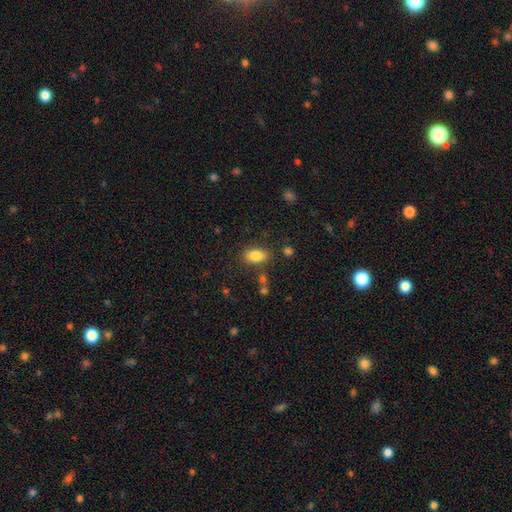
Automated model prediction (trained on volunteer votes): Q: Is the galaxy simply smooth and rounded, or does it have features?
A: smooth — 84%.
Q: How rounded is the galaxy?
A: in between — 90%.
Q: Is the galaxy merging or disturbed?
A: none — 79%.